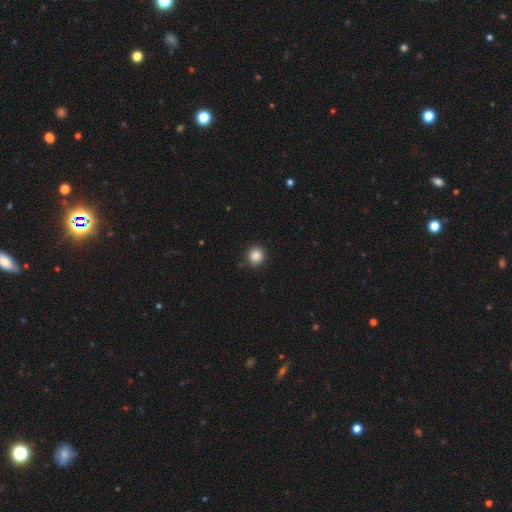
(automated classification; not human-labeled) Overall: smooth (87%). How rounded: round (90%). Merging: none (88%).